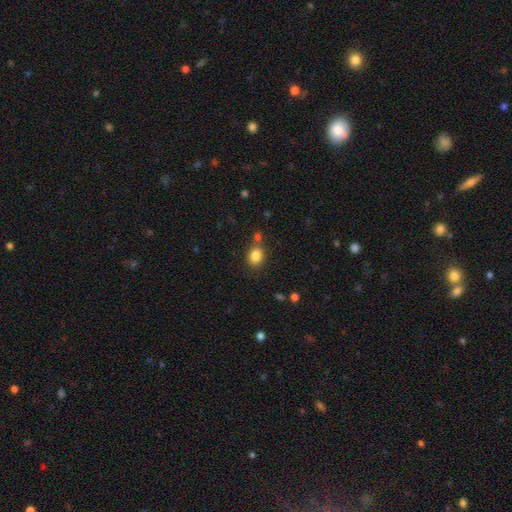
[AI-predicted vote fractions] The model was most divided on "how rounded": round: 53%, in between: 45%, cigar-shaped: 1%. More confident: smooth or featured — smooth (83%); merging — none (72%).